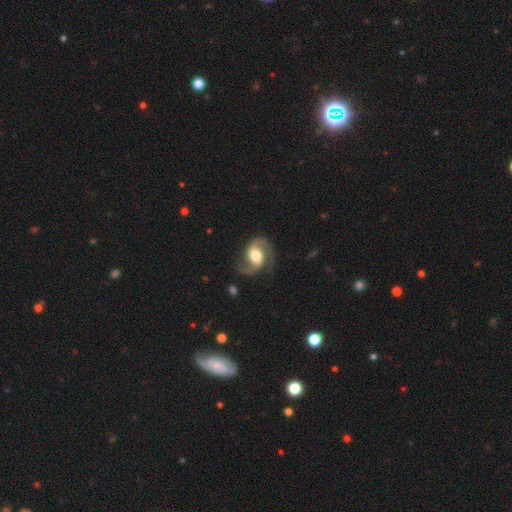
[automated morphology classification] type=featured or disk (85%); edge-on=no (98%); bar=no (43%); spiral arms=yes (96%); winding=medium (52%); arm count=2 (91%); bulge=moderate (55%); merging=none (70%).